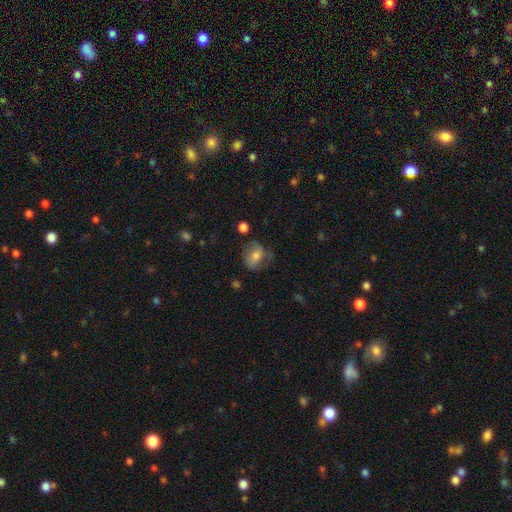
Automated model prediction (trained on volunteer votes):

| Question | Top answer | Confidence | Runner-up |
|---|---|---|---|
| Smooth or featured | smooth | 55% | featured or disk (36%) |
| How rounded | round | 57% | in between (42%) |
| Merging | none | 54% | minor disturbance (27%) |